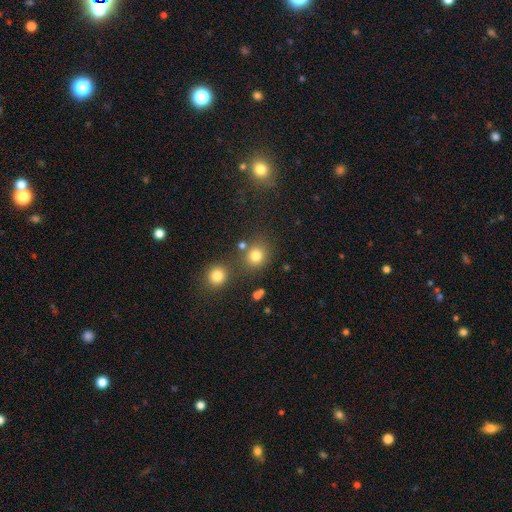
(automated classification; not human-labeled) Smooth or featured: smooth — 78% (star or artifact — 16%)
How rounded: round — 85% (in between — 14%)
Merging: none — 72% (merger — 14%)